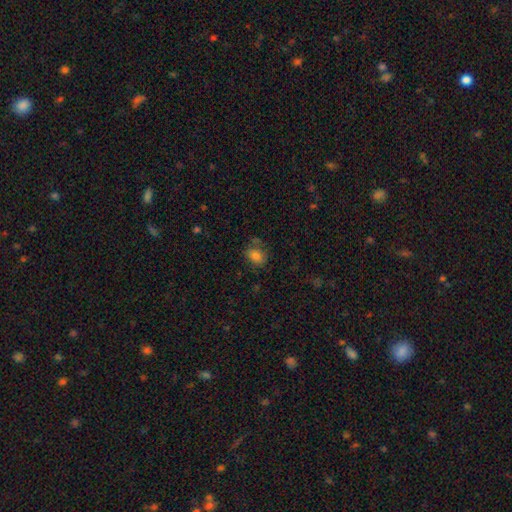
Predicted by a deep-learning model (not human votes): This is likely a smooth galaxy (80%). How rounded: possibly in between (56%). Merging: likely none (62%).